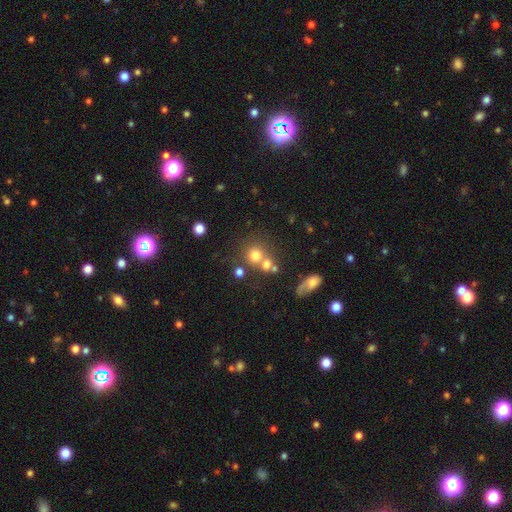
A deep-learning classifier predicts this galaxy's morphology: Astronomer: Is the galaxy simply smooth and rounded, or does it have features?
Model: smooth — 72%.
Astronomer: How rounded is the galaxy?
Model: round — 84%.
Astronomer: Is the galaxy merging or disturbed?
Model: none — 50% (runner-up: merger, 34%).